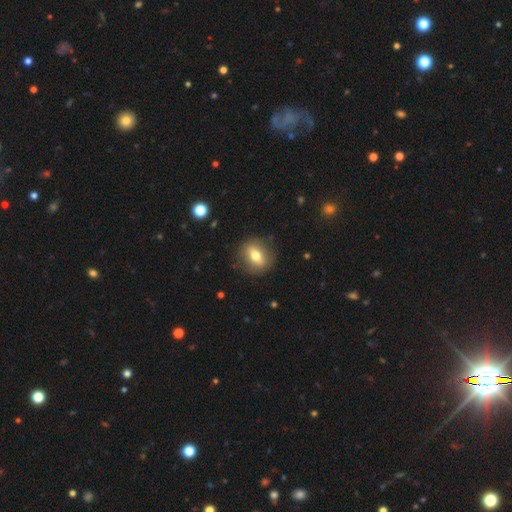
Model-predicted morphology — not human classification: A smooth galaxy with no disk features (61%) that is in between round and cigar-shaped (48%).

Vote fractions:
- Smooth or featured? smooth: 61% / featured or disk: 31% / star or artifact: 8%
- How rounded? in between: 48% / round: 47% / cigar-shaped: 4%
- Merging? none: 85% / minor disturbance: 11% / major disturbance: 3% / merger: 1%